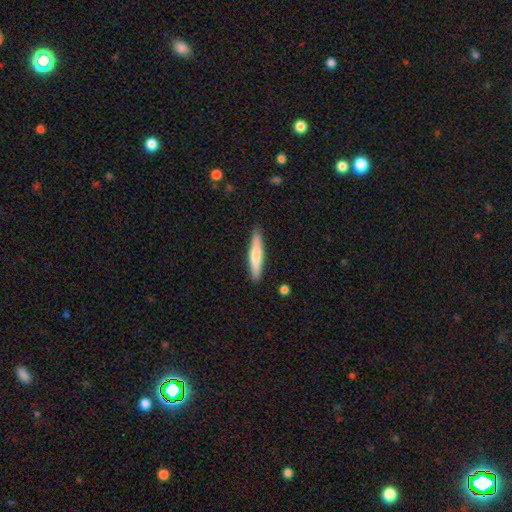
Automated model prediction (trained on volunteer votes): Smooth or featured: smooth — 70% (featured or disk — 24%)
How rounded: cigar-shaped — 90% (in between — 9%)
Merging: none — 87% (minor disturbance — 10%)